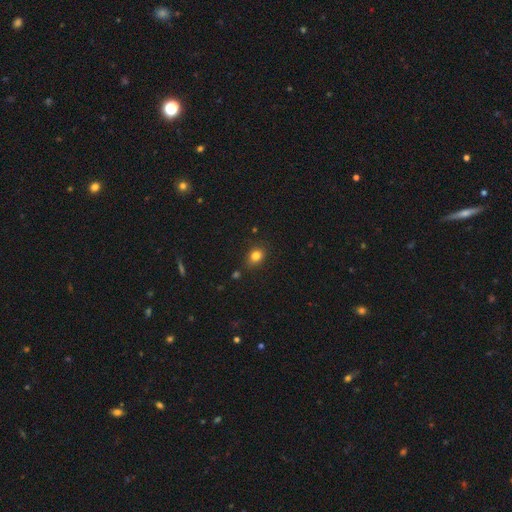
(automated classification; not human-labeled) smooth-or-featured: smooth: 82% | star or artifact: 11% | featured or disk: 6%
  how-rounded: in between: 59% | round: 39% | cigar-shaped: 1%
  merging: none: 82% | minor disturbance: 13% | major disturbance: 3% | merger: 2%